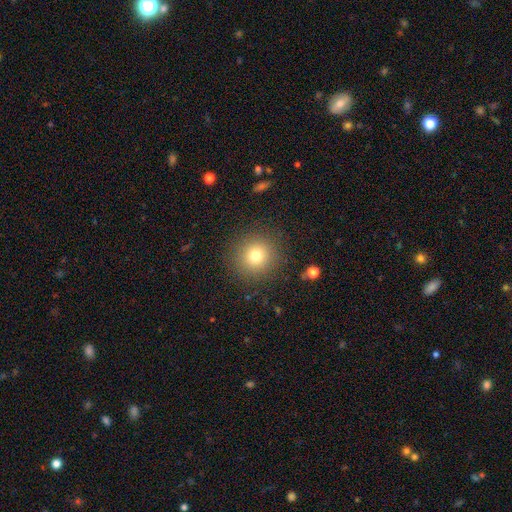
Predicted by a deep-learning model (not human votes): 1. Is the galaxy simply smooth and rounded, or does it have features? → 76% smooth, 14% star or artifact, 10% featured or disk.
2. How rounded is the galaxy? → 94% round, 5% in between, 1% cigar-shaped.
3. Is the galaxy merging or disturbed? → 88% none, 7% minor disturbance, 3% major disturbance, 1% merger.